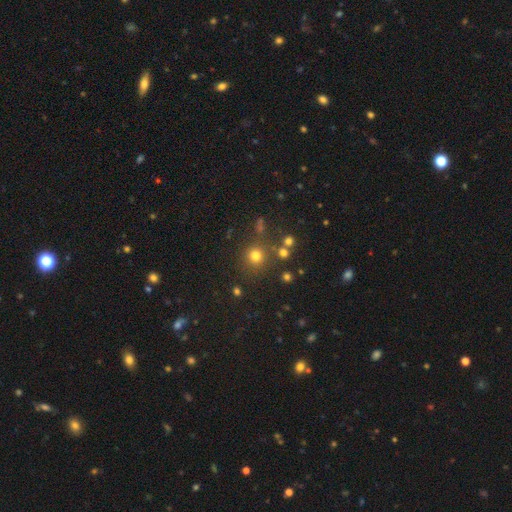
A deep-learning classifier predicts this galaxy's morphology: Q: Smooth or featured?
A: smooth (75%); runner-up: star or artifact (19%)
Q: How rounded?
A: round (92%); runner-up: in between (7%)
Q: Merging?
A: none (79%); runner-up: minor disturbance (9%)